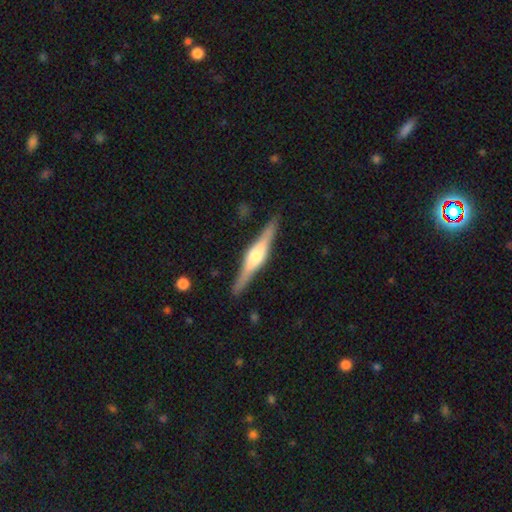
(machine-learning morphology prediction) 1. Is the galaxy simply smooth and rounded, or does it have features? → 79% featured or disk, 17% smooth, 5% star or artifact.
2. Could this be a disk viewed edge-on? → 98% yes, 2% no.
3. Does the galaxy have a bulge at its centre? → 84% rounded, 13% boxy, 3% none.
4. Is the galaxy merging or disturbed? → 90% none, 7% minor disturbance, 2% major disturbance, 1% merger.